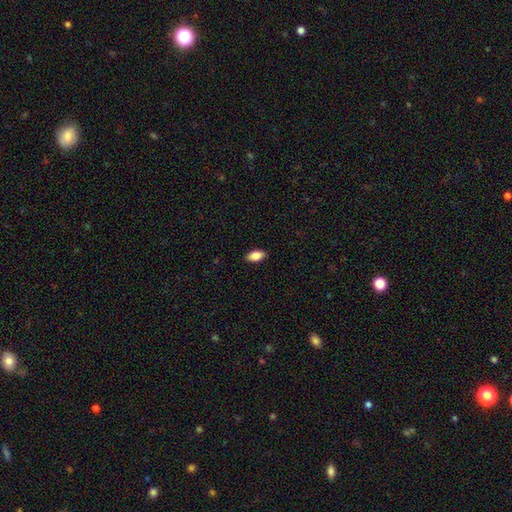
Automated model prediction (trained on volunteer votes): Q: Smooth or featured?
A: smooth (84%); runner-up: featured or disk (9%)
Q: How rounded?
A: in between (91%); runner-up: cigar-shaped (6%)
Q: Merging?
A: none (89%); runner-up: minor disturbance (8%)